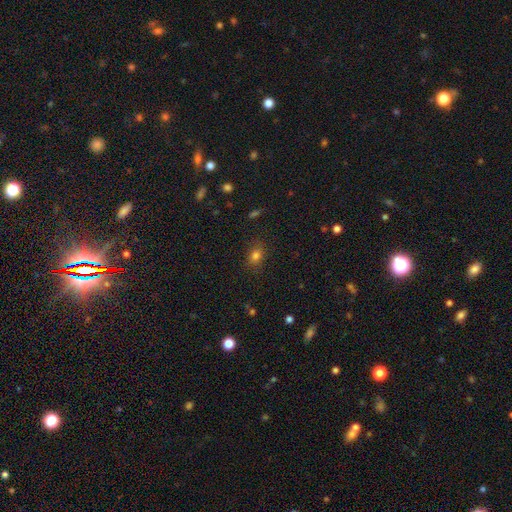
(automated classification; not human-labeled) Smooth or featured? Predicted: smooth (p=0.78). How rounded? Predicted: in between (p=0.59). Merging? Predicted: none (p=0.81).